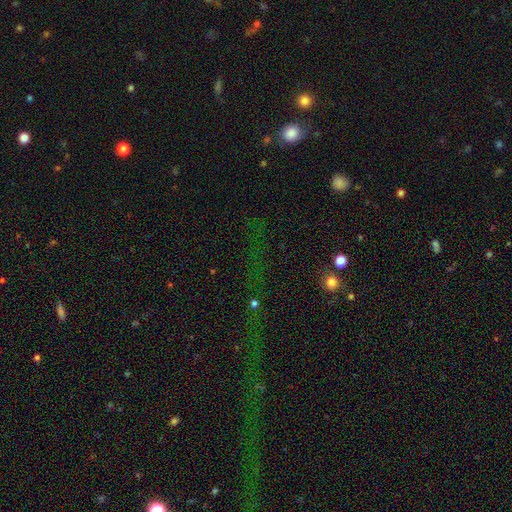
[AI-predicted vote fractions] Smooth or featured: star or artifact — 67% (smooth — 21%)